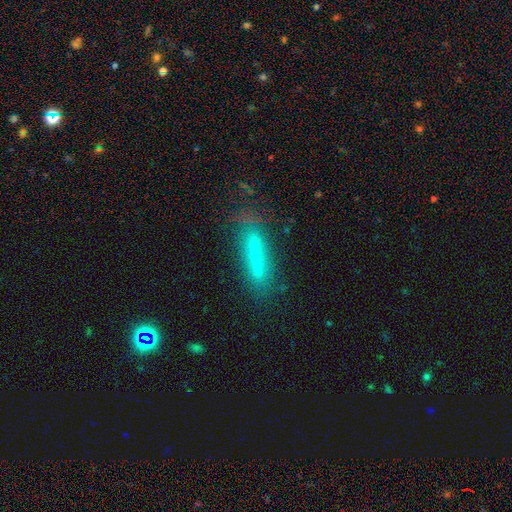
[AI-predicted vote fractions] smooth_or_featured: smooth (p=0.56) [alt: featured or disk p=0.33]
how_rounded: cigar-shaped (p=0.88) [alt: in between p=0.11]
merging: none (p=0.69) [alt: minor disturbance p=0.19]